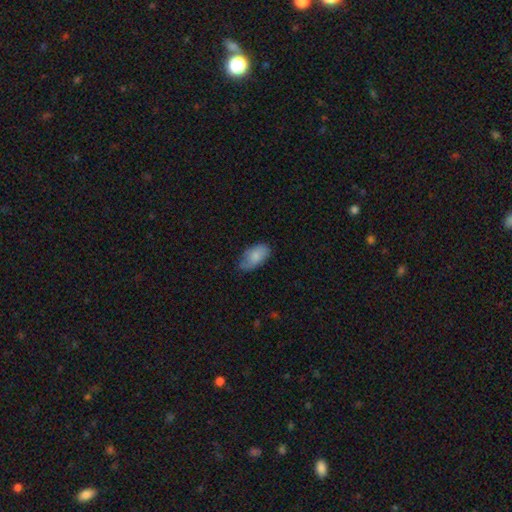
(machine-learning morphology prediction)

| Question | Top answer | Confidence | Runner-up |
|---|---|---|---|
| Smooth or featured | smooth | 78% | featured or disk (15%) |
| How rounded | in between | 94% | round (3%) |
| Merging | none | 68% | minor disturbance (26%) |